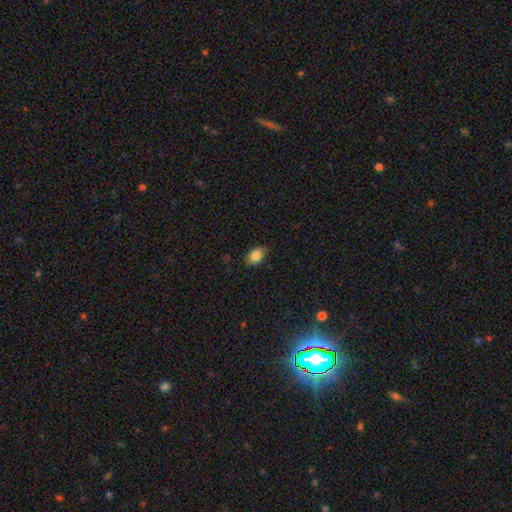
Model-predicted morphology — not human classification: Overall: smooth (85%). How rounded: in between (82%). Merging: none (79%).